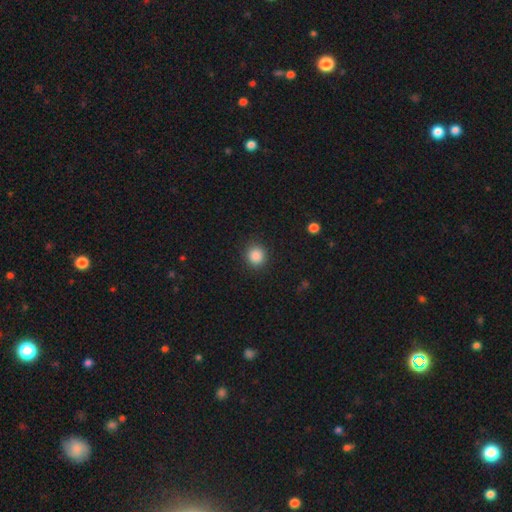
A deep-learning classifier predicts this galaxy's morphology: Overall: smooth (87%). How rounded: round (91%). Merging: none (90%).